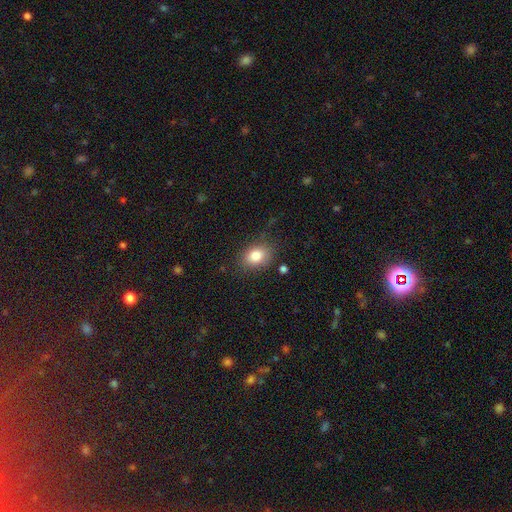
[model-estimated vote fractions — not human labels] Overall: smooth (82%). How rounded: in between (67%; round 32%). Merging: none (79%).